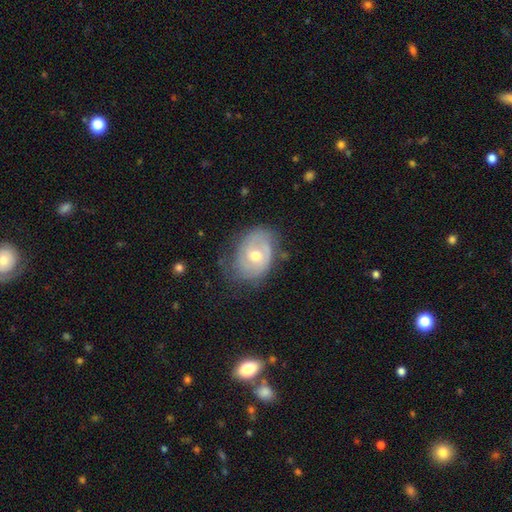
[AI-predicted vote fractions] This appears to be a featured or disk galaxy (65%) with no bar (69%), spiral arms (73%) and a moderate central bulge (71%). Merging: none (58%).